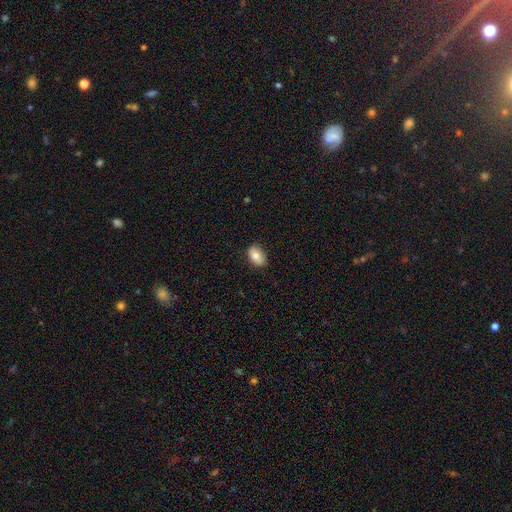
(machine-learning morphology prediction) A smooth galaxy with no disk features (81%) that is in between round and cigar-shaped (88%). Merging: none (83%).